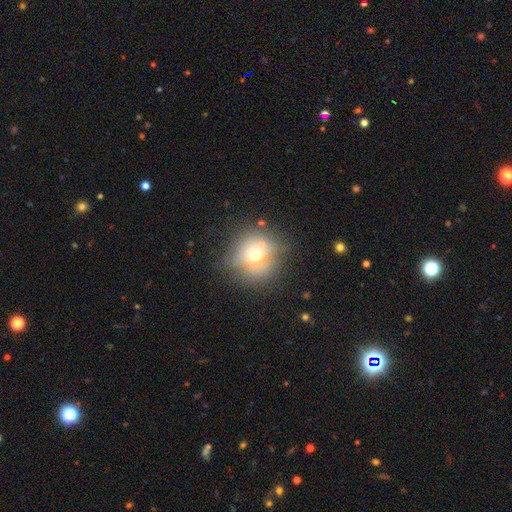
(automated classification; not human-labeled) Smooth or featured? smooth (59%)
How rounded? round (90%)
Merging? none (65%)